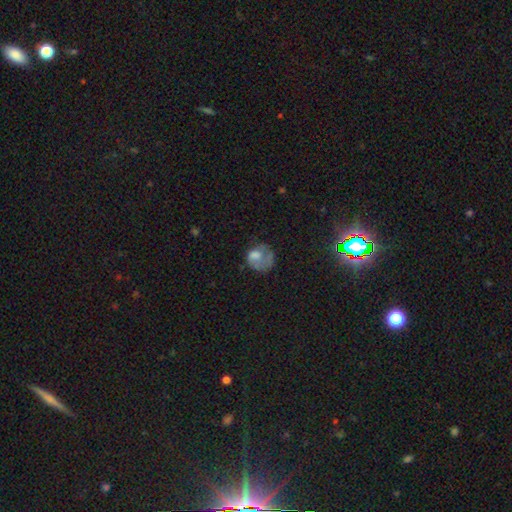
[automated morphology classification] smooth_or_featured: smooth (p=0.50) [alt: featured or disk p=0.37]
how_rounded: round (p=0.63) [alt: in between p=0.36]
merging: major disturbance (p=0.37) [alt: none p=0.36]